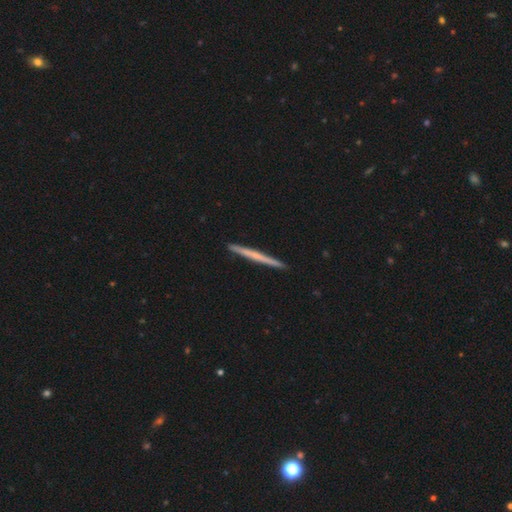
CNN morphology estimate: A featured or disk galaxy (50%) viewed edge-on (98%).

Vote fractions:
- Smooth or featured? featured or disk: 50% / smooth: 45% / star or artifact: 5%
- Edge-on disk? yes: 98% / no: 2%
- Merging? none: 93% / minor disturbance: 5% / major disturbance: 1% / merger: 1%